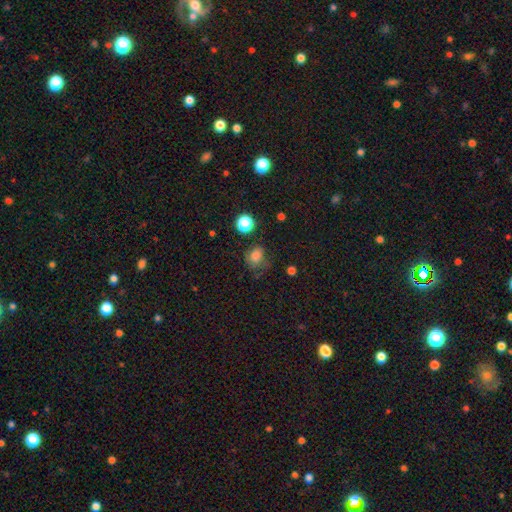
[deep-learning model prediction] The model was most divided on "how rounded": round: 53%, in between: 46%, cigar-shaped: 1%. More confident: smooth or featured — smooth (72%); merging — none (51%).